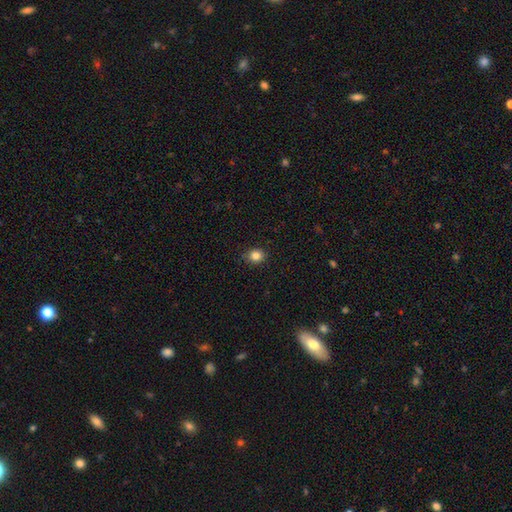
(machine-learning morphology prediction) A smooth galaxy with no disk features (84%) that is round (70%). Merging: none (87%).